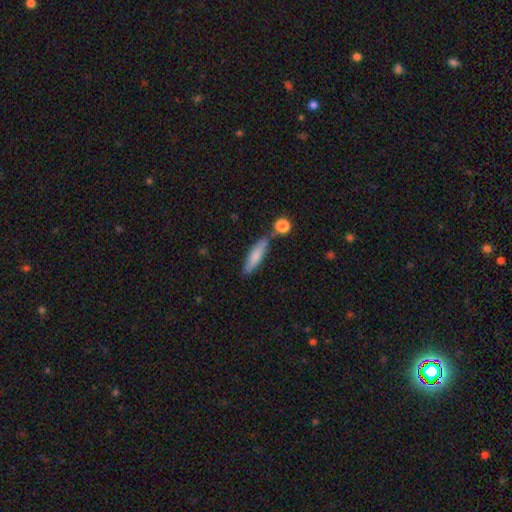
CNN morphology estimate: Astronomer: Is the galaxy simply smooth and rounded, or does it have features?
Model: smooth — 76%.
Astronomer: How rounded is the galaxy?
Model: cigar-shaped — 75%.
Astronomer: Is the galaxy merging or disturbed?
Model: none — 73%.